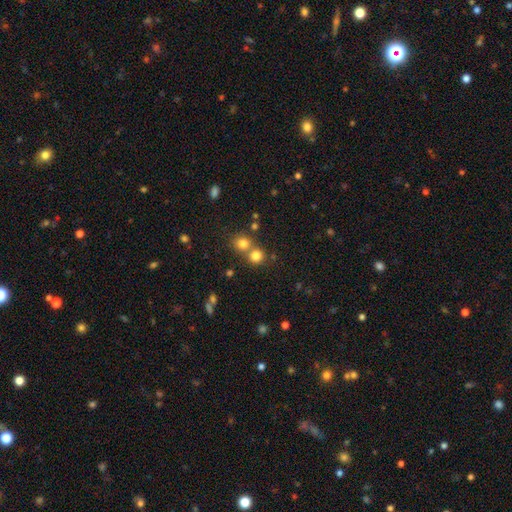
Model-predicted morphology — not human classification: smooth 79%, star or artifact 14%, featured or disk 7%. Down the decision tree: how rounded — round (87%); merging — none (54%).